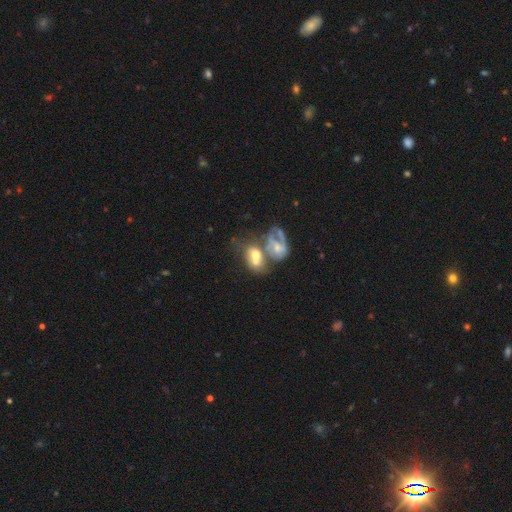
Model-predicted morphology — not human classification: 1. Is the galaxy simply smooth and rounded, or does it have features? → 48% featured or disk, 41% smooth, 10% star or artifact.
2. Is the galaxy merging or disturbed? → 71% merger, 12% none, 10% major disturbance, 7% minor disturbance.